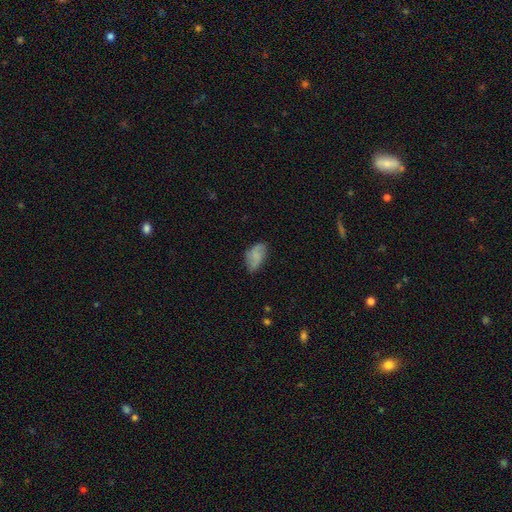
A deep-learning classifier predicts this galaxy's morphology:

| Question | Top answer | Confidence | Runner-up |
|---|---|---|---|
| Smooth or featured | smooth | 62% | featured or disk (29%) |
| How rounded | in between | 92% | round (5%) |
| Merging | none | 64% | minor disturbance (27%) |